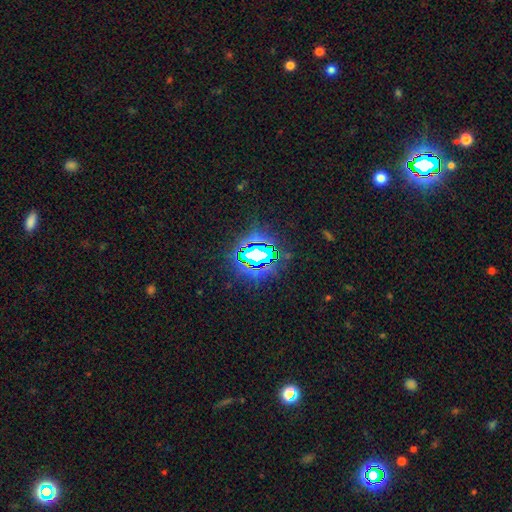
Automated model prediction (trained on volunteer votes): A star or artifact, not a galaxy (78%).